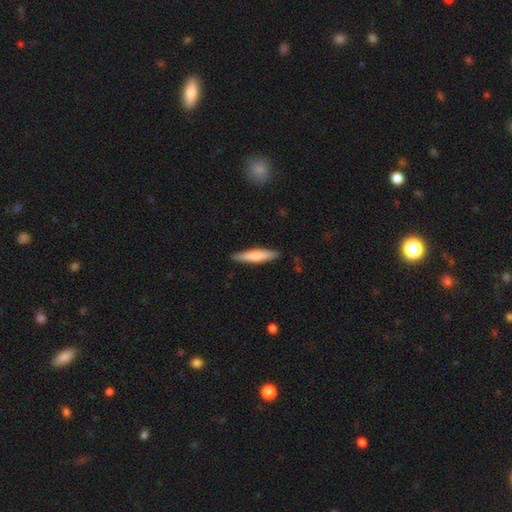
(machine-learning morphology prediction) This appears to be a smooth galaxy with no disk features (70%) that is cigar-shaped (86%). Merging: none (87%).